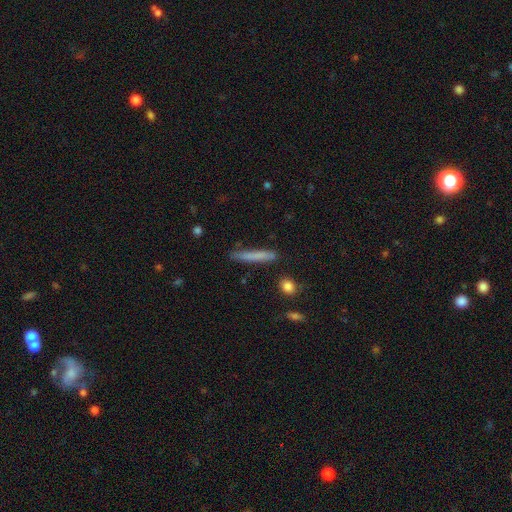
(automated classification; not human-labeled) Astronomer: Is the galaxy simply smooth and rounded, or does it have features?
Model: smooth — 73%.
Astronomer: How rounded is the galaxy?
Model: cigar-shaped — 95%.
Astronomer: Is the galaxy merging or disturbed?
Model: none — 84%.